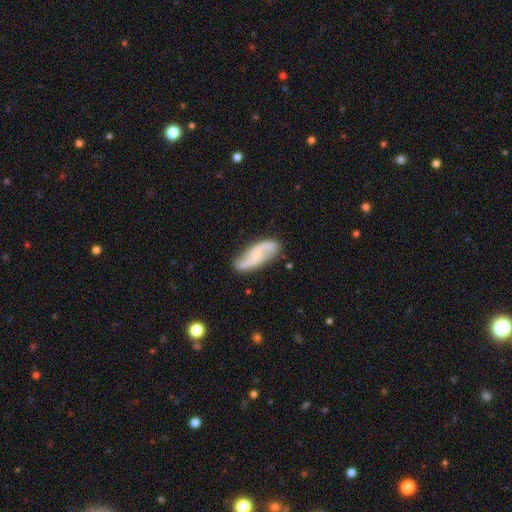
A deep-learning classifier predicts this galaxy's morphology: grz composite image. It shows a featured or disk galaxy (73%) with no bar (47%), 2 (92%) loose (74%) spiral arms (94%) and a small central bulge (47%). Merging: none (78%).